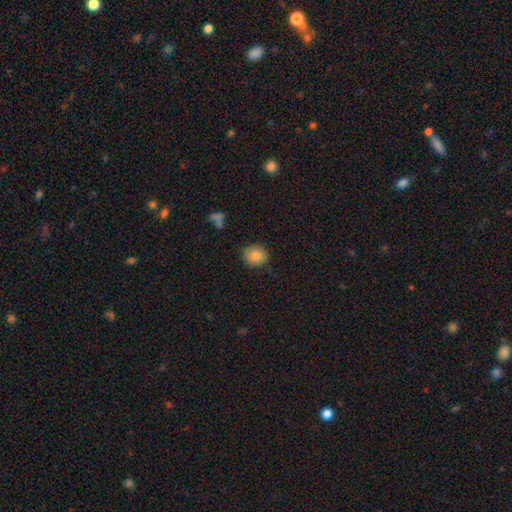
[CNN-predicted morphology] Smooth or featured: smooth — 84% (star or artifact — 9%)
How rounded: round — 70% (in between — 29%)
Merging: none — 83% (minor disturbance — 13%)